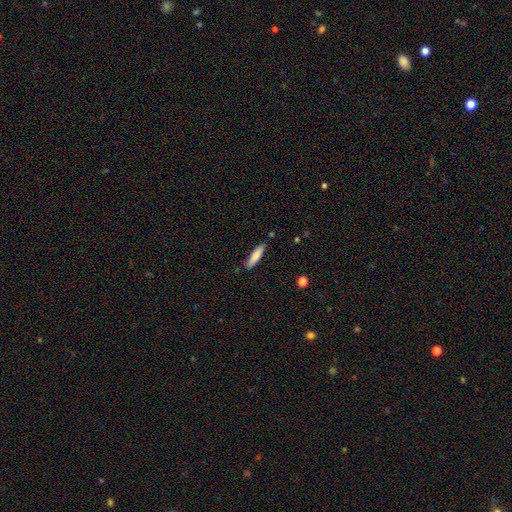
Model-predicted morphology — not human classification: type=smooth (79%); roundness=cigar-shaped (74%); merging=none (85%).